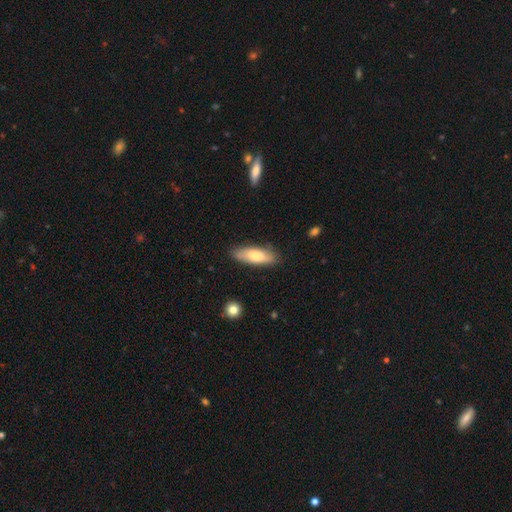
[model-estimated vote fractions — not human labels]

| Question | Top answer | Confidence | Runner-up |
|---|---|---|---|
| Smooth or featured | smooth | 74% | featured or disk (20%) |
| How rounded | in between | 61% | cigar-shaped (37%) |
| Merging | none | 82% | minor disturbance (14%) |